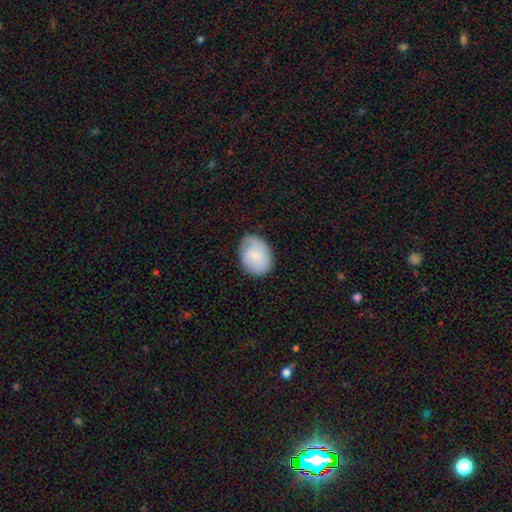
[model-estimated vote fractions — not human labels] Smooth or featured: smooth — 68% (featured or disk — 25%)
How rounded: in between — 62% (round — 37%)
Merging: none — 72% (minor disturbance — 22%)